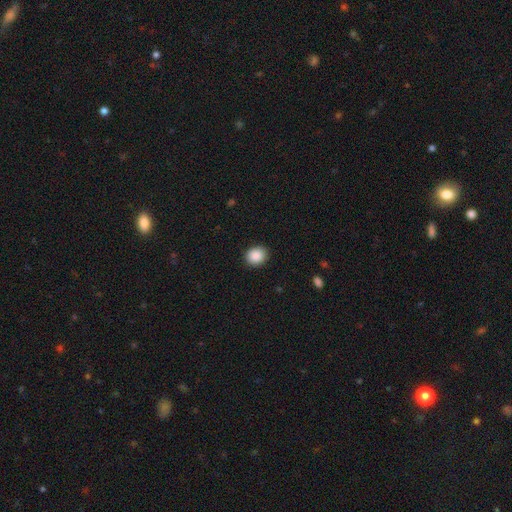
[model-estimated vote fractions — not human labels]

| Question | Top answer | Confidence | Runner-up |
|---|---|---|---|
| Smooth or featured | smooth | 89% | star or artifact (8%) |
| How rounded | round | 66% | in between (33%) |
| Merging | none | 89% | minor disturbance (8%) |